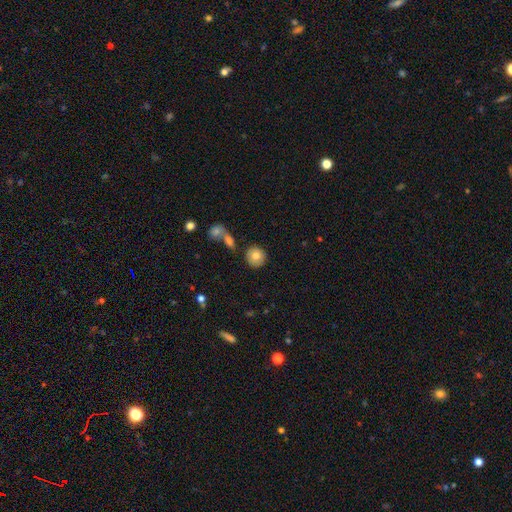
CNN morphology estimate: Smooth or featured: smooth — 80% (featured or disk — 11%)
How rounded: round — 90% (in between — 8%)
Merging: none — 82% (minor disturbance — 8%)